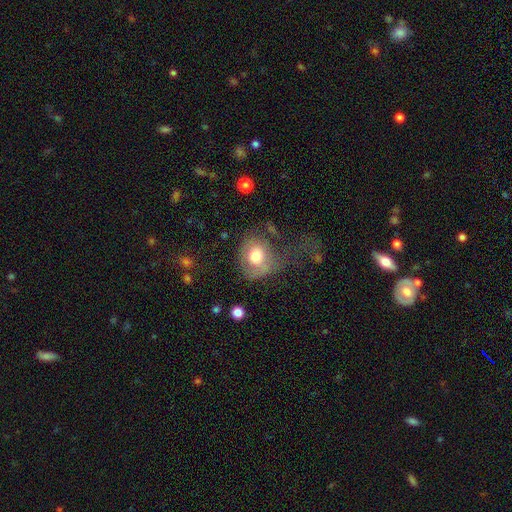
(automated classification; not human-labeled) This appears to be a smooth galaxy with no disk features (66%) that is round (66%). Merging: major disturbance (36%).